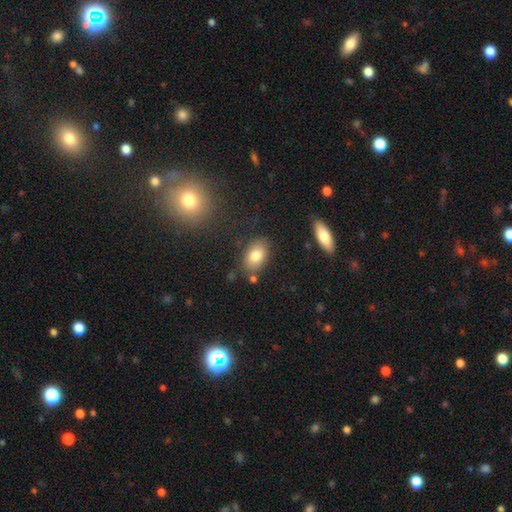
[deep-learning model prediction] Overall: smooth (80%). How rounded: in between (87%). Merging: none (77%).